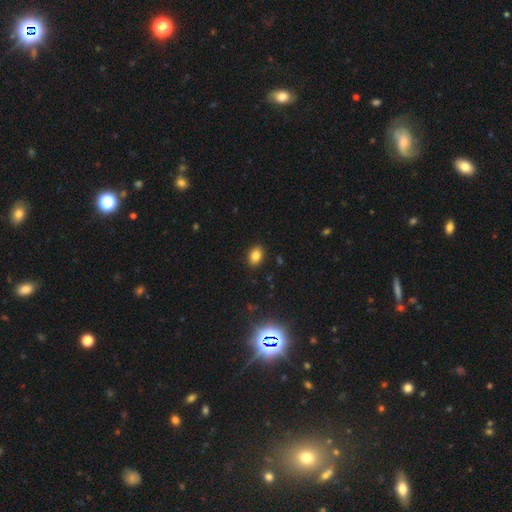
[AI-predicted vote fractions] Smooth or featured? smooth (82%)
How rounded? in between (76%)
Merging? none (88%)